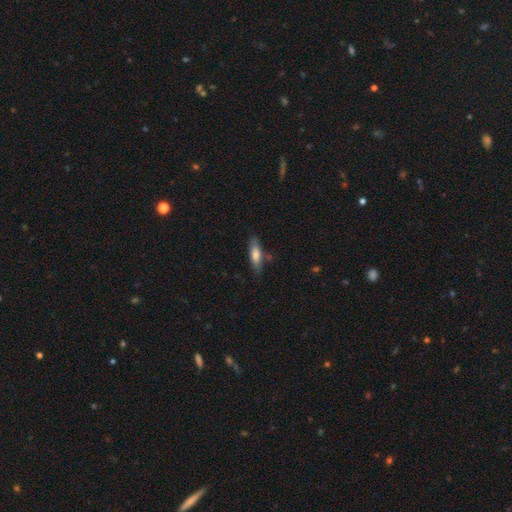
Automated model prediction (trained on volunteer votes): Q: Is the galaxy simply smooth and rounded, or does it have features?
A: smooth — 69%.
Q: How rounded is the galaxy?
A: cigar-shaped — 59%.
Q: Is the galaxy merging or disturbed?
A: none — 73%.